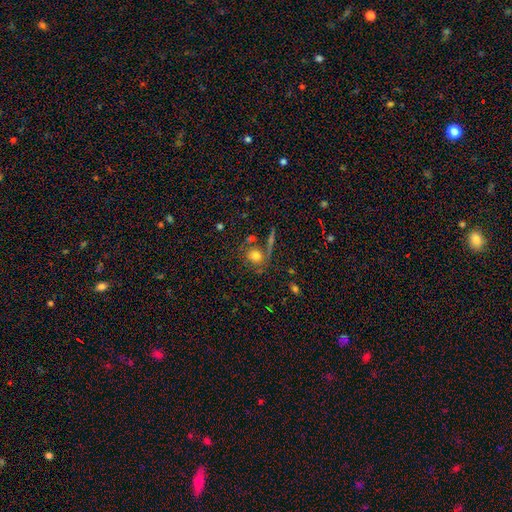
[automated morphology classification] smooth_or_featured: smooth (p=0.71) [alt: featured or disk p=0.18]
how_rounded: round (p=0.77) [alt: in between p=0.21]
merging: none (p=0.62) [alt: merger p=0.15]